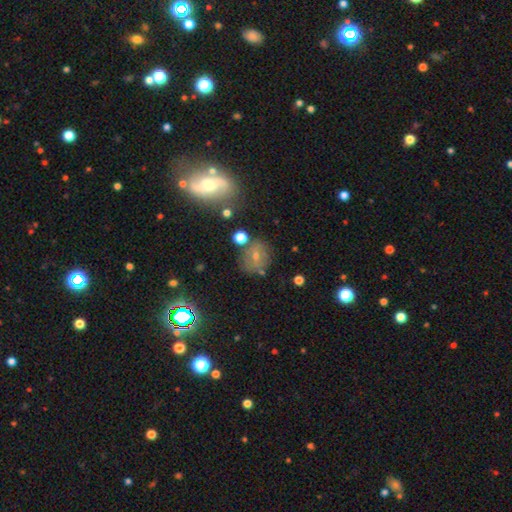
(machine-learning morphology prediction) Smooth or featured? Predicted: smooth (p=0.57). How rounded? Predicted: round (p=0.71). Merging? Predicted: none (p=0.65).